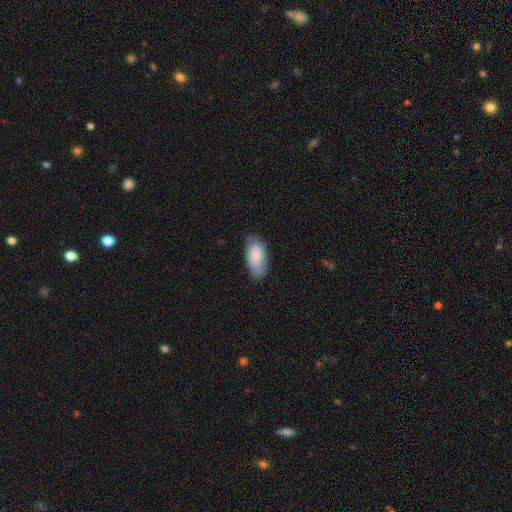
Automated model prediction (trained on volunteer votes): Morphology: type=smooth (76%); roundness=in between (93%); merging=none (65%).